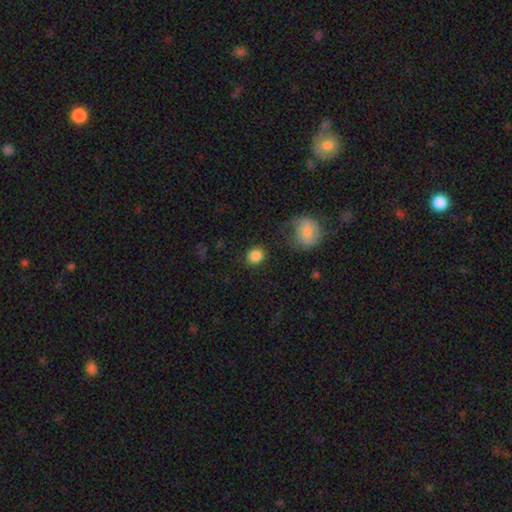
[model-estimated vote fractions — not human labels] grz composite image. It shows a smooth galaxy with no disk features (87%) that is round (75%). Merging: none (84%).